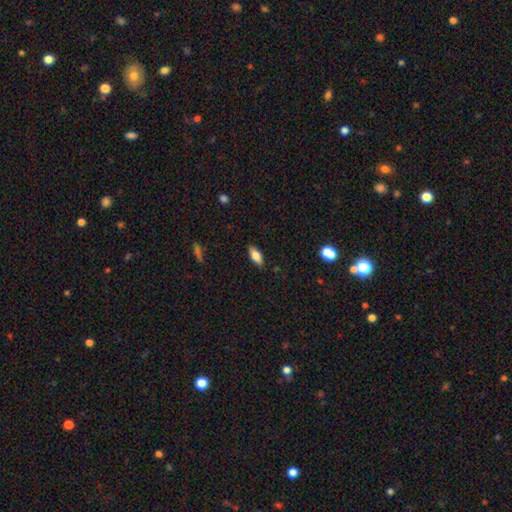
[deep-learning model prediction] This appears to be a smooth galaxy with no disk features (78%) that is in between round and cigar-shaped (81%). Merging: none (88%).